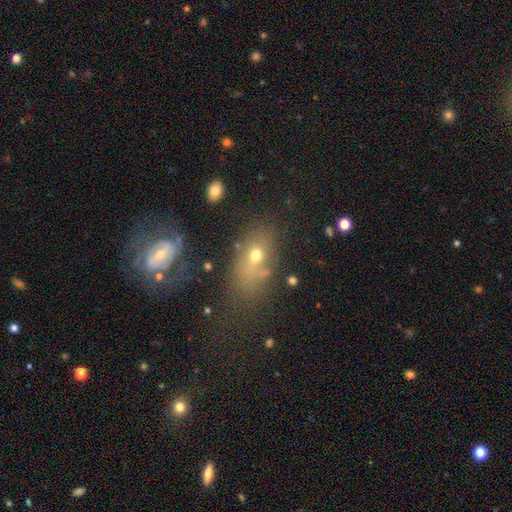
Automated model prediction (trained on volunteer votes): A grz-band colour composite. It shows a smooth galaxy with no disk features (60%) that is in between round and cigar-shaped (74%). Merging: none (51%).